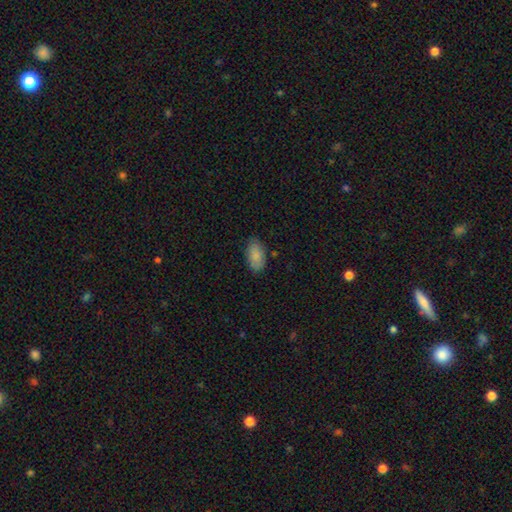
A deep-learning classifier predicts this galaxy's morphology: Smooth or featured? smooth (86%)
How rounded? in between (94%)
Merging? none (81%)